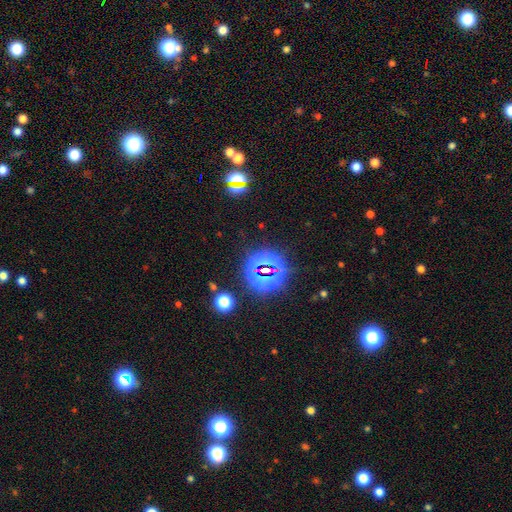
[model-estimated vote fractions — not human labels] A star or artifact, not a galaxy (80%).

Vote fractions:
- Smooth or featured? star or artifact: 80% / smooth: 13% / featured or disk: 7%